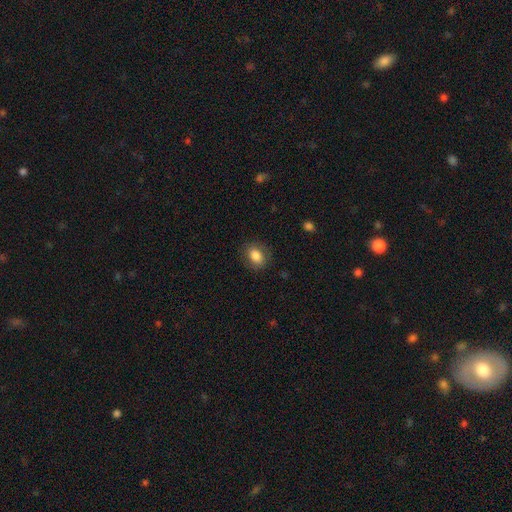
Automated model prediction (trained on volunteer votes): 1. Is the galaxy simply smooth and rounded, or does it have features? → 82% smooth, 10% featured or disk, 8% star or artifact.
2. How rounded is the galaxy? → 62% in between, 37% round, 1% cigar-shaped.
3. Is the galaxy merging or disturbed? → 82% none, 12% minor disturbance, 5% major disturbance, 1% merger.